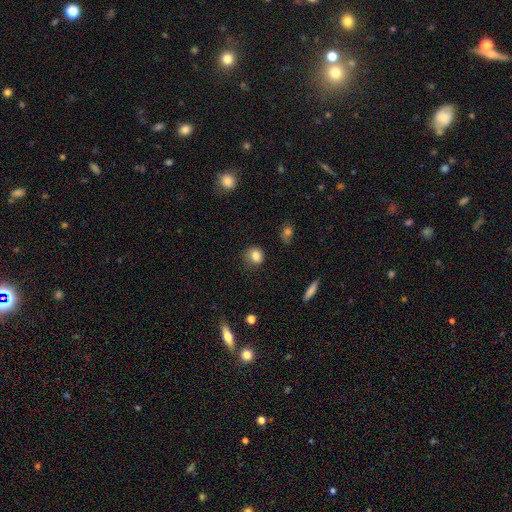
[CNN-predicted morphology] This appears to be a smooth galaxy with no disk features (81%) that is round (80%). Merging: none (76%).